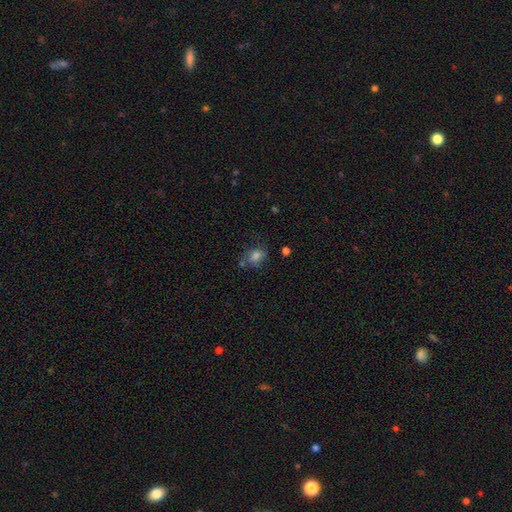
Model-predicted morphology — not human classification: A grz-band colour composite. It shows a smooth galaxy with no disk features (77%) that is in between round and cigar-shaped (66%). Merging: none (56%).